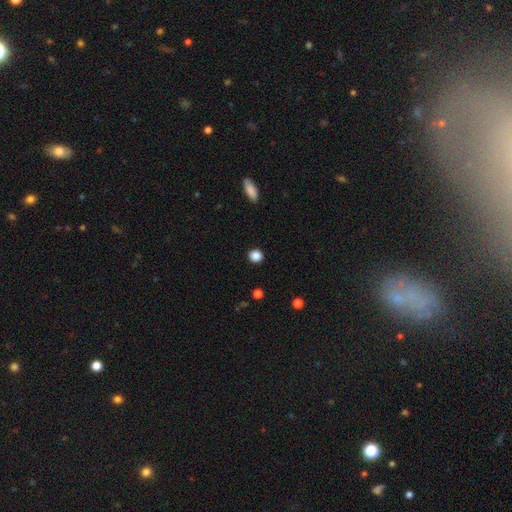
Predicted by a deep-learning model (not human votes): A smooth galaxy with no disk features (87%) that is round (87%). Merging: none (91%).